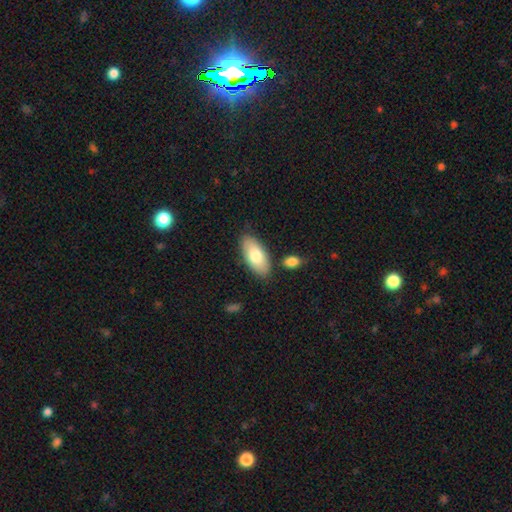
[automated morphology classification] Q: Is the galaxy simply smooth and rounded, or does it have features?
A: smooth — 78%.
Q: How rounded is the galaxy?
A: in between — 91%.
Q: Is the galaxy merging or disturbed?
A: none — 78%.